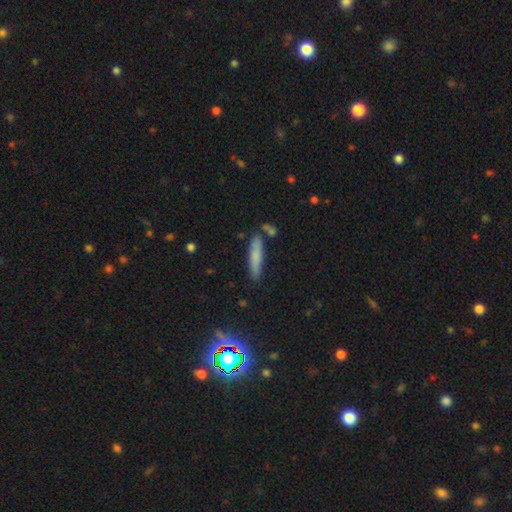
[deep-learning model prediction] Smooth or featured: smooth — 73% (featured or disk — 18%)
How rounded: cigar-shaped — 85% (in between — 14%)
Merging: none — 81% (minor disturbance — 12%)